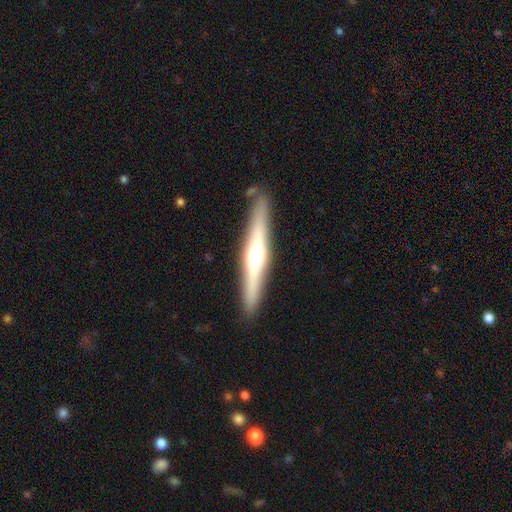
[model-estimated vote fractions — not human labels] Smooth or featured? Predicted: featured or disk (p=0.62). Edge-on disk? Predicted: yes (p=0.96). Edge-on bulge? Predicted: rounded (p=0.84). Merging? Predicted: none (p=0.87).